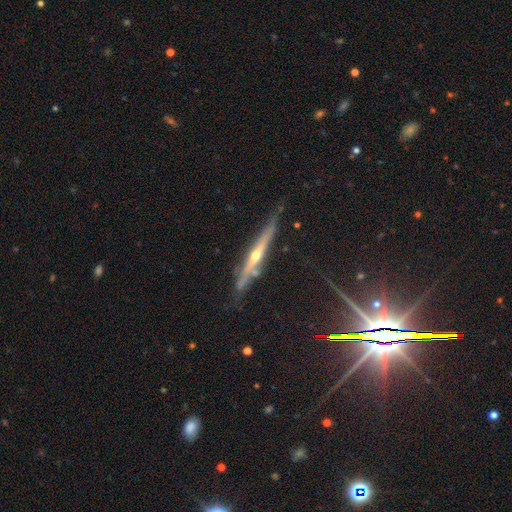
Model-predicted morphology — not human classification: smooth-or-featured: featured or disk: 75% | smooth: 16% | star or artifact: 9%
  disk-edge-on: yes: 94% | no: 6%
    edge-on-bulge: rounded: 78% | none: 19% | boxy: 4%
  merging: none: 74% | minor disturbance: 19% | major disturbance: 4% | merger: 3%